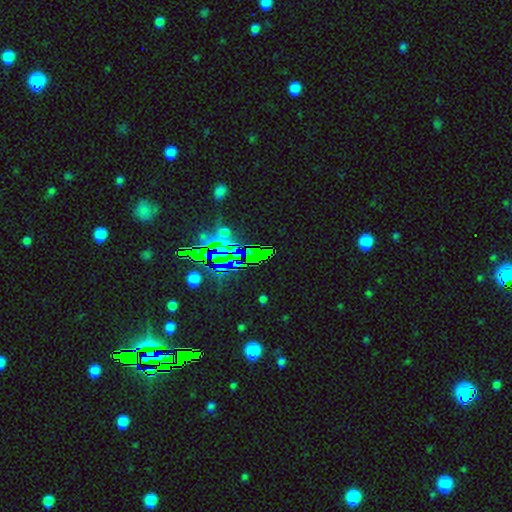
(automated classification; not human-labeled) This is likely a star or artifact rather than a galaxy (76%).